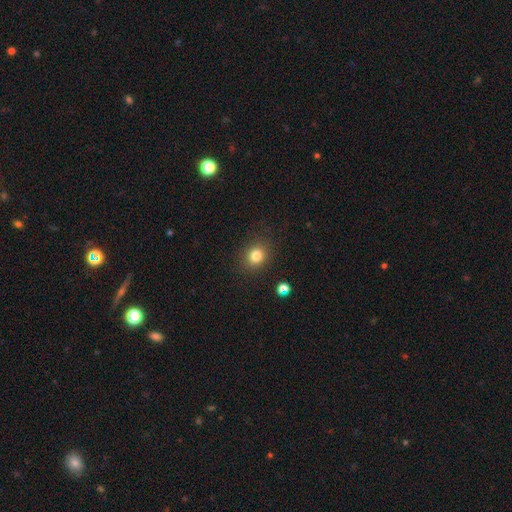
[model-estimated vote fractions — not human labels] This appears to be a smooth galaxy with no disk features (81%) that is round (68%). Merging: none (86%).